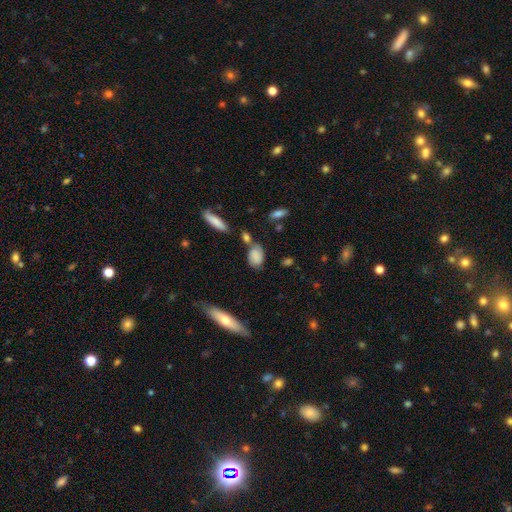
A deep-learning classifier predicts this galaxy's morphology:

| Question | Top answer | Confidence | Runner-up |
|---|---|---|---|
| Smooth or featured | smooth | 75% | featured or disk (15%) |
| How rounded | in between | 81% | round (15%) |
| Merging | none | 56% | minor disturbance (22%) |